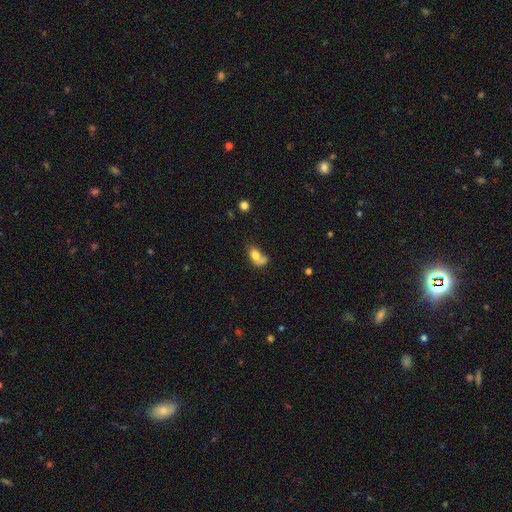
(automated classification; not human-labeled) Smooth or featured?
  - smooth: 72% *
  - featured or disk: 19%
  - star or artifact: 10%
How rounded?
  - in between: 78% *
  - round: 19%
  - cigar-shaped: 3%
Merging?
  - merger: 44% *
  - none: 27%
  - minor disturbance: 15%
  - major disturbance: 14%